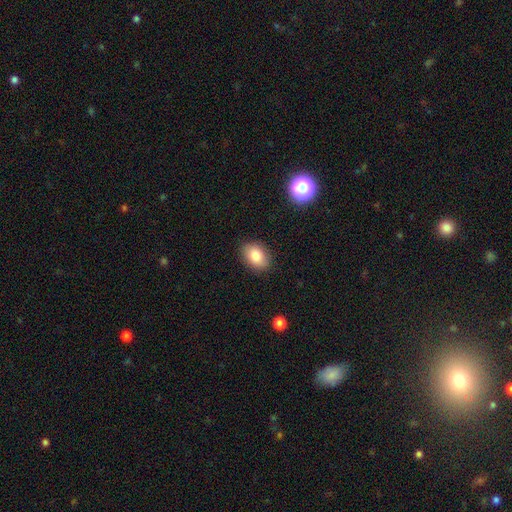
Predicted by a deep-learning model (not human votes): Smooth or featured: smooth — 84% (star or artifact — 8%)
How rounded: in between — 80% (round — 19%)
Merging: none — 86% (minor disturbance — 10%)